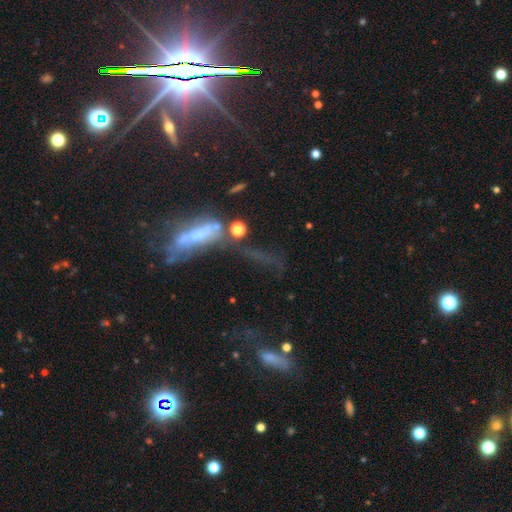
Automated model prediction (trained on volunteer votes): smooth-or-featured: star or artifact: 42% | featured or disk: 35% | smooth: 23%